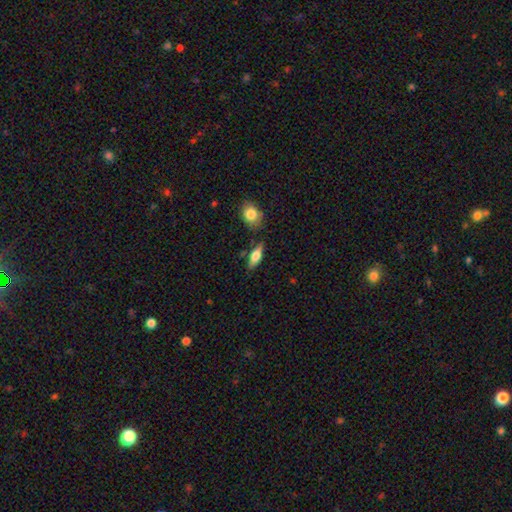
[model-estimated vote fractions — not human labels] Smooth or featured?
  - smooth: 61% *
  - featured or disk: 32%
  - star or artifact: 7%
How rounded?
  - in between: 64% *
  - cigar-shaped: 32%
  - round: 4%
Merging?
  - none: 77% *
  - minor disturbance: 13%
  - merger: 6%
  - major disturbance: 4%